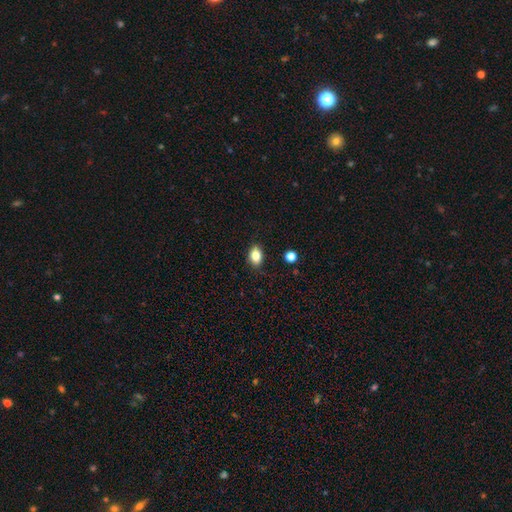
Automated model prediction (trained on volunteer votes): smooth-or-featured: smooth: 83% | star or artifact: 9% | featured or disk: 8%
  how-rounded: in between: 79% | round: 20% | cigar-shaped: 2%
  merging: none: 82% | minor disturbance: 14% | major disturbance: 3% | merger: 2%